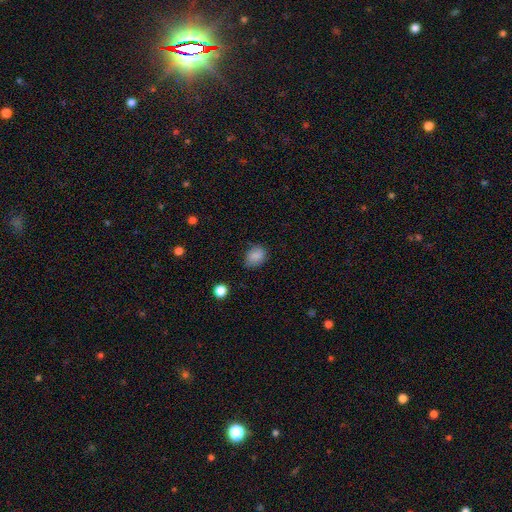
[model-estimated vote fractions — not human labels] Morphology: type=smooth (85%); roundness=in between (57%); merging=none (71%).